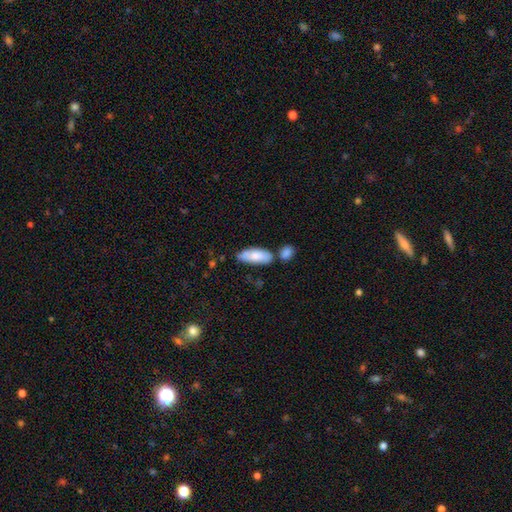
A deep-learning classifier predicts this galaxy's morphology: Overall: smooth (78%). How rounded: in between (79%). Merging: none (58%; minor disturbance 21%).